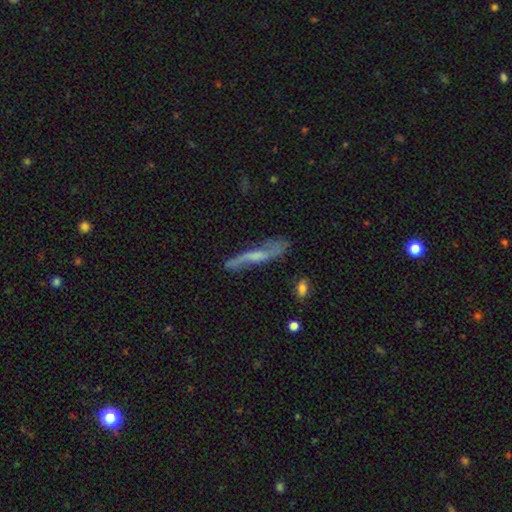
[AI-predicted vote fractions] A featured or disk galaxy (70%). Merging: none (67%).